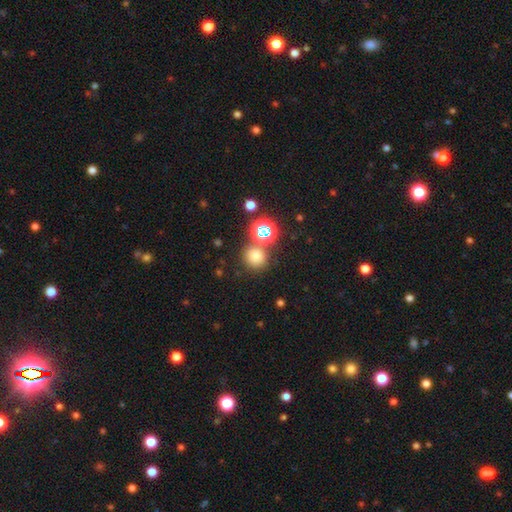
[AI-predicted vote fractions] The model was most divided on "smooth or featured": smooth: 69%, star or artifact: 23%, featured or disk: 7%. More confident: how rounded — round (90%); merging — none (74%).